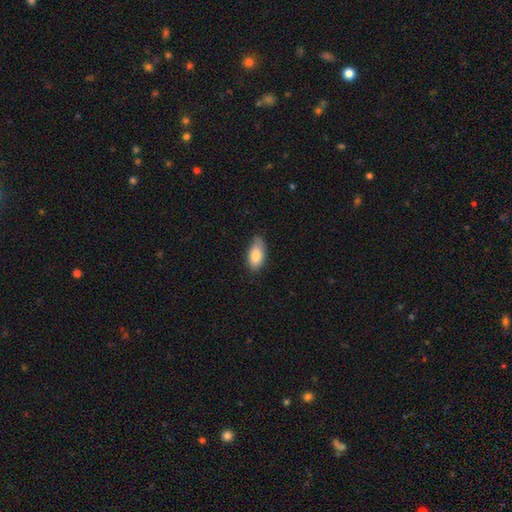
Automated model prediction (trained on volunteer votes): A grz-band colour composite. It shows a smooth galaxy with no disk features (81%) that is in between round and cigar-shaped (92%). Merging: none (66%).